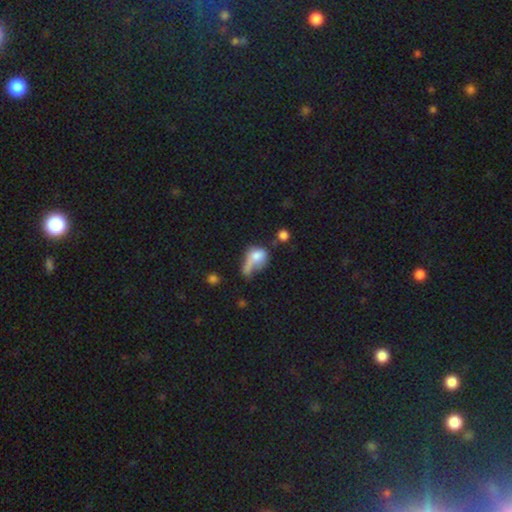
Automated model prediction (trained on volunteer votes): Smooth or featured? Predicted: smooth (p=0.67). How rounded? Predicted: in between (p=0.63). Merging? Predicted: merger (p=0.34).